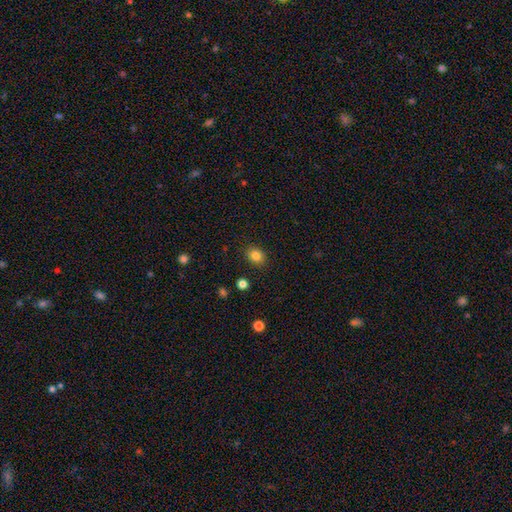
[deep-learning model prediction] Smooth or featured? Predicted: smooth (p=0.83). How rounded? Predicted: round (p=0.57). Merging? Predicted: none (p=0.88).